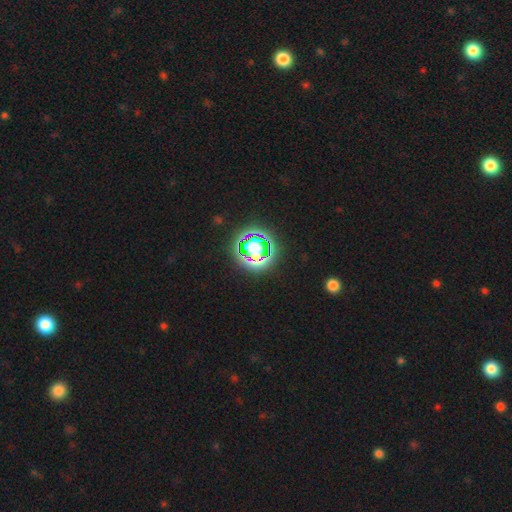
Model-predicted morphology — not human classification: This is possibly a star or artifact rather than a galaxy (56%).